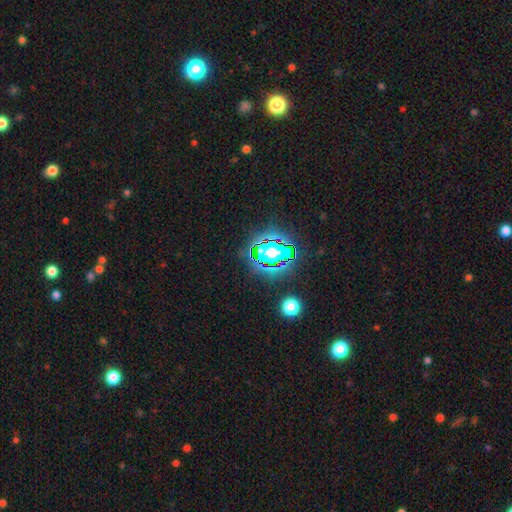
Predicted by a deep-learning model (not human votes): A star or artifact, not a galaxy (83%).

Vote fractions:
- Smooth or featured? star or artifact: 83% / smooth: 10% / featured or disk: 7%